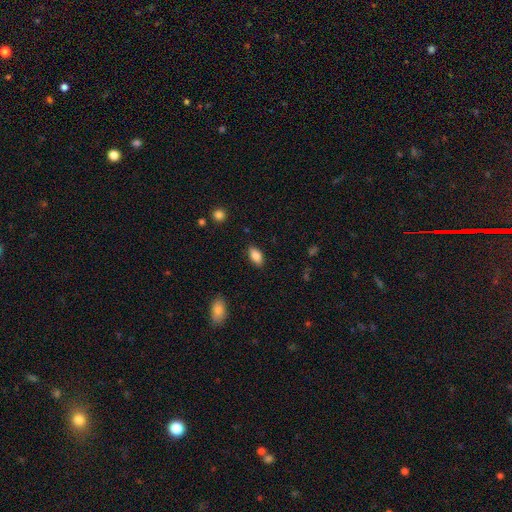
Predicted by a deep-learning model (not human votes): smooth-or-featured: smooth: 83% | featured or disk: 9% | star or artifact: 7%
  how-rounded: in between: 89% | cigar-shaped: 7% | round: 4%
  merging: none: 86% | minor disturbance: 10% | major disturbance: 2% | merger: 1%